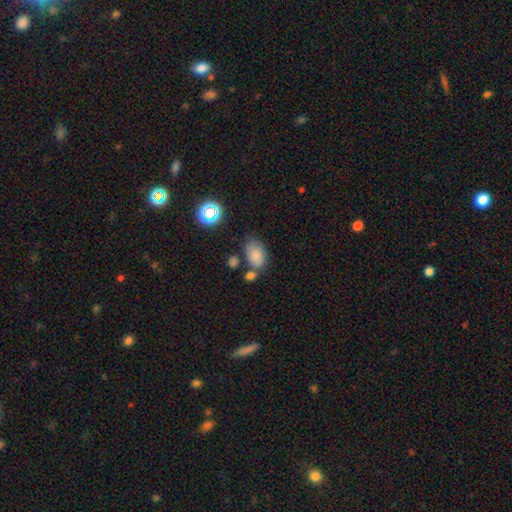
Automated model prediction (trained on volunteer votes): Smooth or featured?
  - smooth: 78% *
  - star or artifact: 13%
  - featured or disk: 9%
How rounded?
  - in between: 88% *
  - round: 11%
  - cigar-shaped: 1%
Merging?
  - none: 54% *
  - merger: 20%
  - minor disturbance: 19%
  - major disturbance: 7%